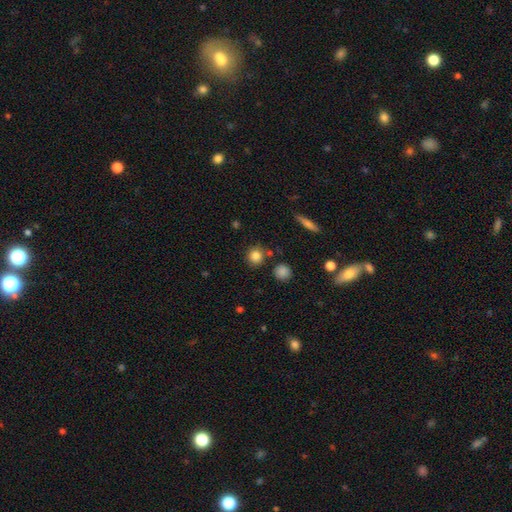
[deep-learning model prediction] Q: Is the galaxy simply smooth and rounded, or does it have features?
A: smooth — 83%.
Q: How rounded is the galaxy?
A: round — 85%.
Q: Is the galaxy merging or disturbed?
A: none — 81%.